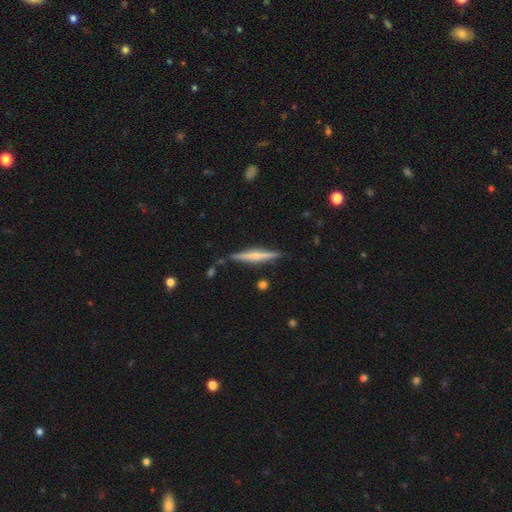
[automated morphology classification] The model was most divided on "smooth or featured": featured or disk: 57%, smooth: 37%, star or artifact: 6%. More confident: edge-on disk — yes (97%); merging — none (85%); edge-on bulge — rounded (58%).